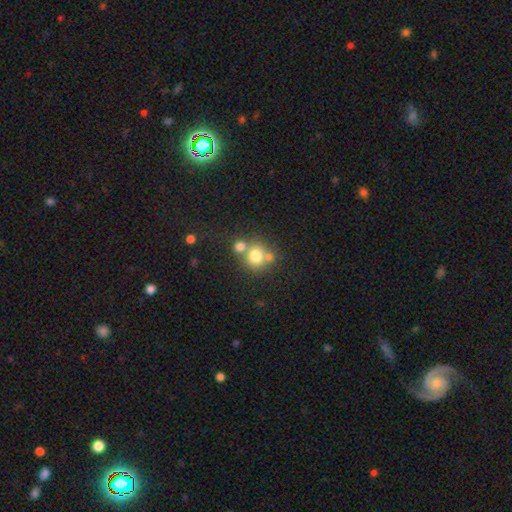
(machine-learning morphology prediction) Smooth or featured? smooth (73%)
How rounded? round (84%)
Merging? none (49%)